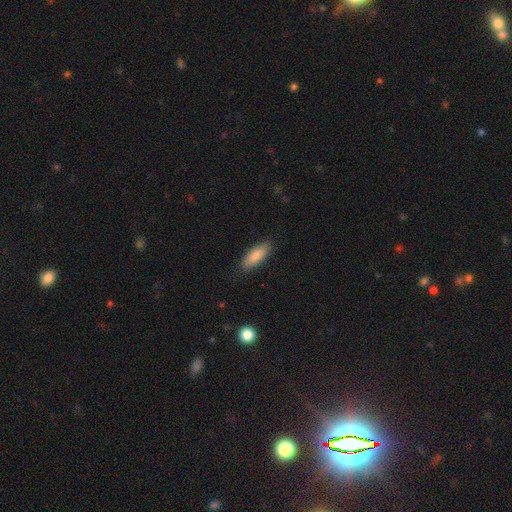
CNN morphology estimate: Smooth or featured? Predicted: smooth (p=0.84). How rounded? Predicted: in between (p=0.62). Merging? Predicted: none (p=0.86).